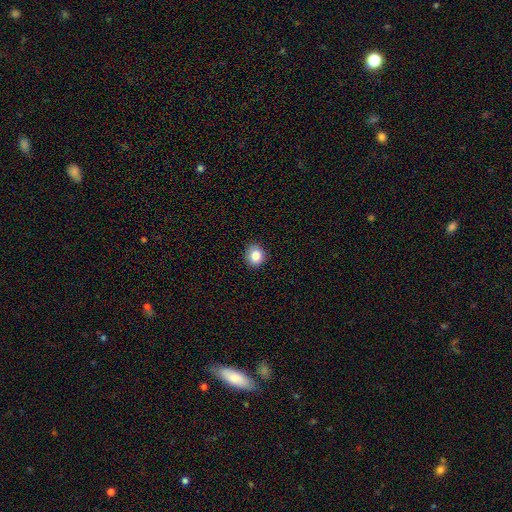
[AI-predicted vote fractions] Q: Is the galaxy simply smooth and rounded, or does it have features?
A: smooth — 84%.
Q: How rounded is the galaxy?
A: round — 80%.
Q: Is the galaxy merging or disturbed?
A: none — 90%.